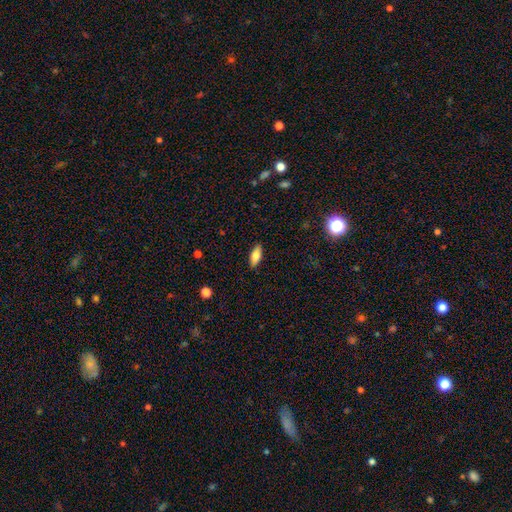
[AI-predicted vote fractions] The model was most divided on "how rounded": in between: 76%, cigar-shaped: 22%, round: 2%. More confident: merging — none (89%); smooth or featured — smooth (75%).